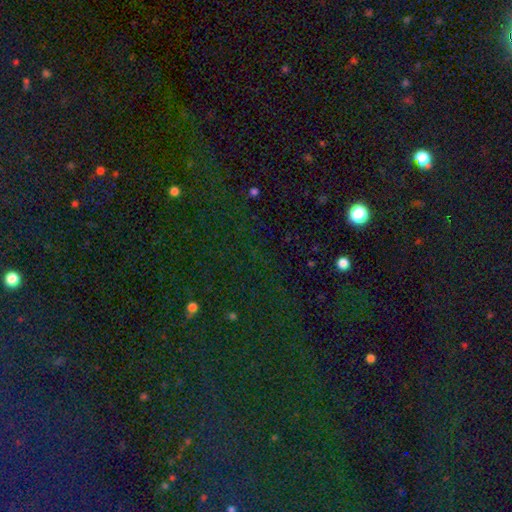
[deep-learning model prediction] Smooth or featured: star or artifact — 80% (smooth — 12%)